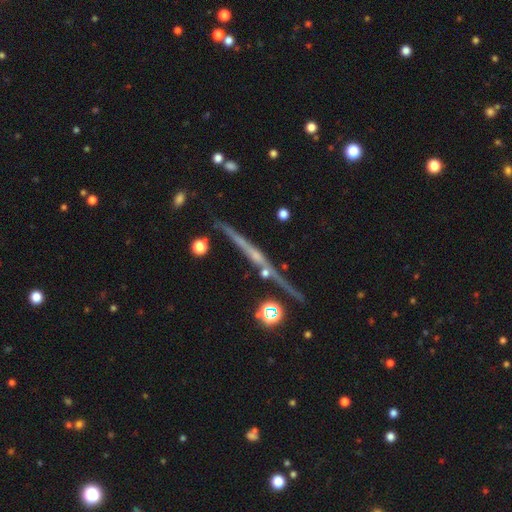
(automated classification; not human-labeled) smooth-or-featured: featured or disk: 74% | smooth: 16% | star or artifact: 10%
  disk-edge-on: yes: 97% | no: 3%
    edge-on-bulge: none: 45% | rounded: 43% | boxy: 12%
  merging: none: 81% | minor disturbance: 11% | merger: 5% | major disturbance: 3%